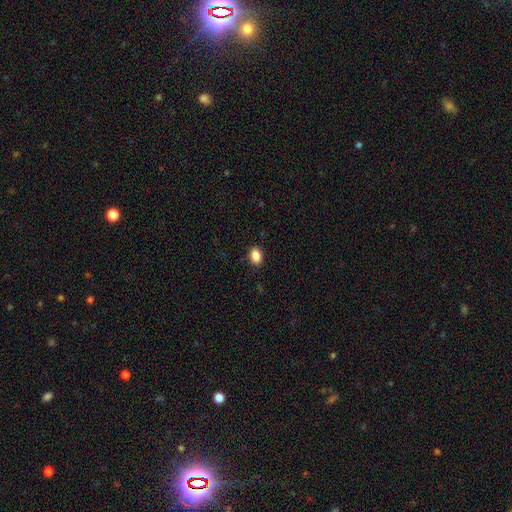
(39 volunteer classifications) Smooth or featured?
  - smooth: 97% *
  - featured or disk: 3%
  - star or artifact: 0%
How rounded?
  - in between: 89% *
  - round: 11%
  - cigar-shaped: 0%
Merging?
  - none: 85% *
  - minor disturbance: 13%
  - major disturbance: 3%
  - merger: 0%